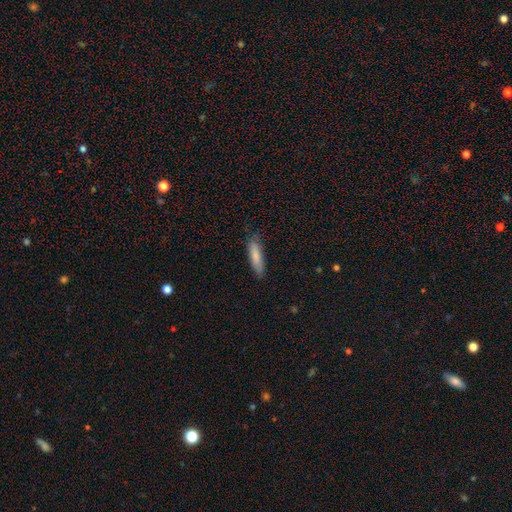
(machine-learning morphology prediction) smooth-or-featured: smooth: 81% | featured or disk: 13% | star or artifact: 6%
  how-rounded: cigar-shaped: 69% | in between: 30% | round: 1%
  merging: none: 80% | minor disturbance: 16% | major disturbance: 3% | merger: 1%